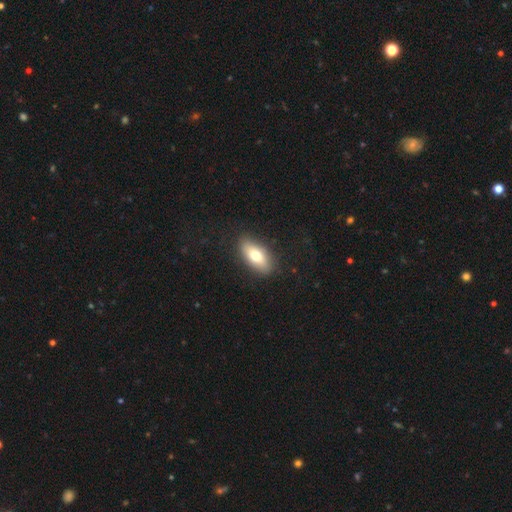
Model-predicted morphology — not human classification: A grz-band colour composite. It shows a smooth galaxy with no disk features (71%) that is in between round and cigar-shaped (85%). Merging: none (87%).